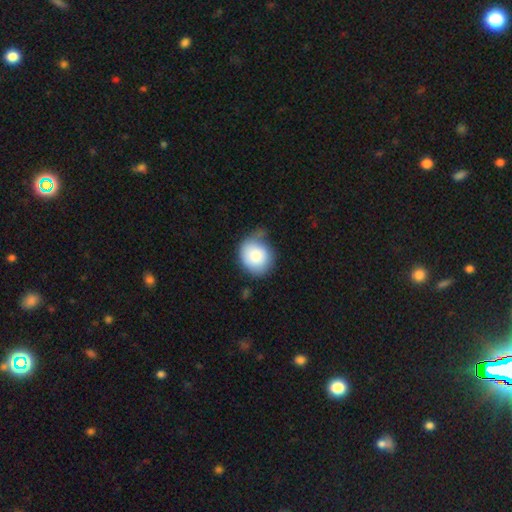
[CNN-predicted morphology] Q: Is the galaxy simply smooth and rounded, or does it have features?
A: smooth — 84%.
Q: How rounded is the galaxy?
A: round — 71%.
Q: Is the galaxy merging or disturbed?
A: none — 43%.